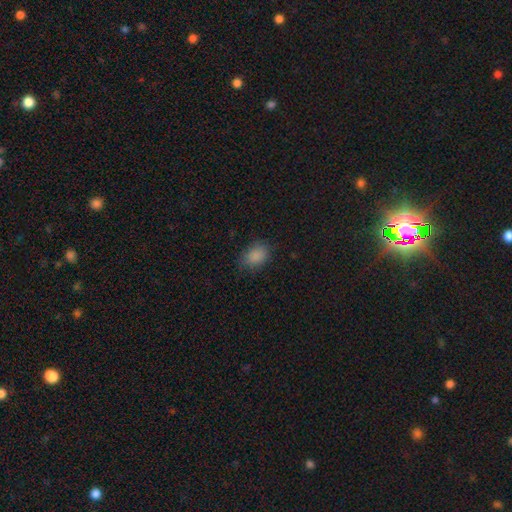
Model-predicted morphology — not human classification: smooth 87%, star or artifact 9%, featured or disk 4%. Down the decision tree: how rounded — in between (73%); merging — none (78%).